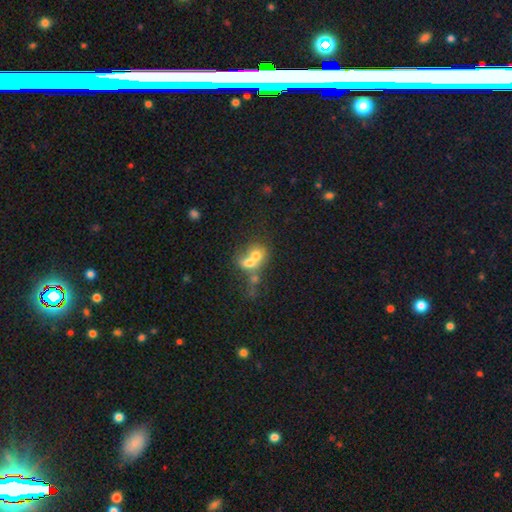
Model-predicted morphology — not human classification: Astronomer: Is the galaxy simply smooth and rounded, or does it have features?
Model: smooth — 63%.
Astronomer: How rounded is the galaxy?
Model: round — 62% (runner-up: in between, 37%).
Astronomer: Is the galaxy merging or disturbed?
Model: merger — 71%.